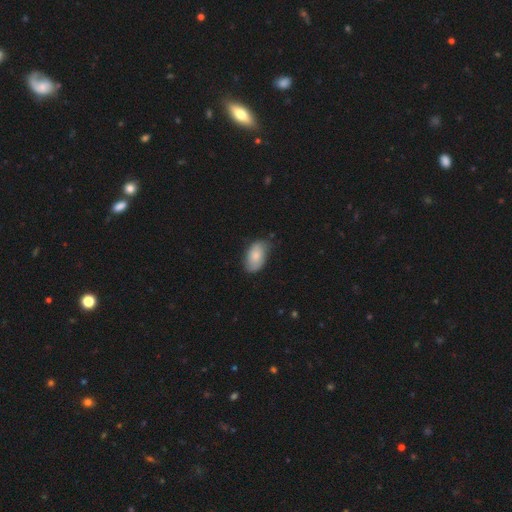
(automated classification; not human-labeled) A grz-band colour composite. It shows a smooth galaxy with no disk features (77%) that is in between round and cigar-shaped (94%). Merging: none (67%).